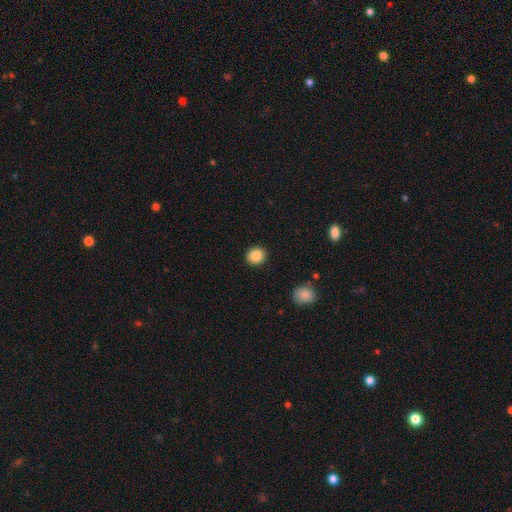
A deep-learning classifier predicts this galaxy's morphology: Smooth or featured?
  - smooth: 87% *
  - star or artifact: 9%
  - featured or disk: 4%
How rounded?
  - round: 76% *
  - in between: 23%
  - cigar-shaped: 1%
Merging?
  - none: 91% *
  - minor disturbance: 6%
  - major disturbance: 2%
  - merger: 1%